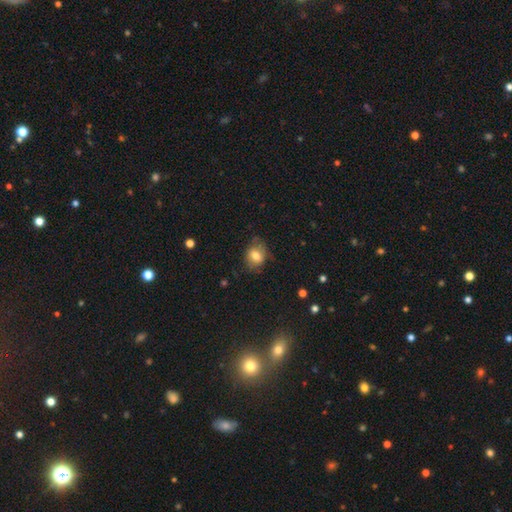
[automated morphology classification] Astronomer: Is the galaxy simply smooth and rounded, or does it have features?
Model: smooth — 71%.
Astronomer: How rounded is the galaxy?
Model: in between — 62% (runner-up: round, 37%).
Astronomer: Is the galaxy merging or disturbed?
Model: none — 63%.